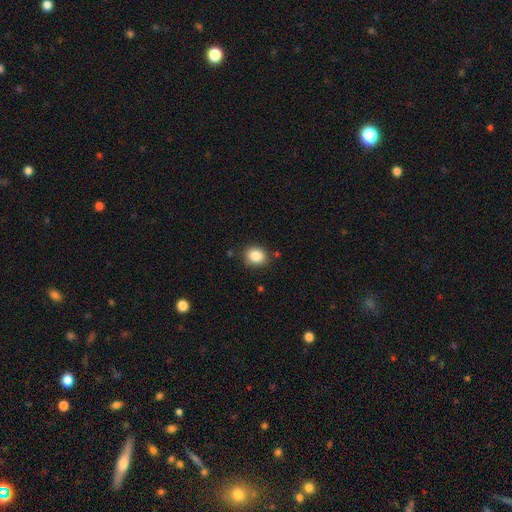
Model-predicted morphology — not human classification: This appears to be a smooth galaxy with no disk features (86%) that is round (64%). Merging: none (84%).